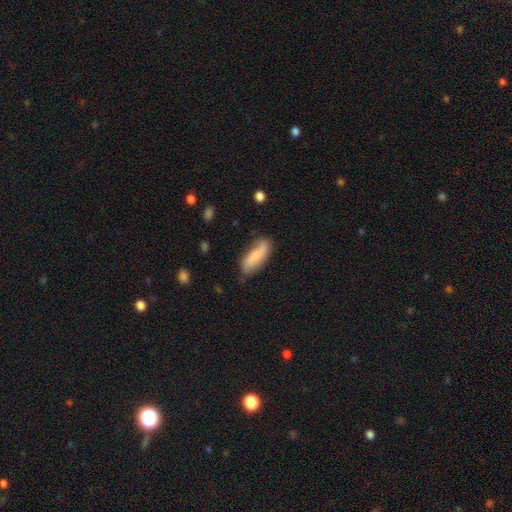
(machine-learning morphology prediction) Smooth or featured?
  - smooth: 63% *
  - featured or disk: 30%
  - star or artifact: 6%
How rounded?
  - in between: 65% *
  - cigar-shaped: 33%
  - round: 2%
Merging?
  - none: 67% *
  - minor disturbance: 24%
  - major disturbance: 6%
  - merger: 3%